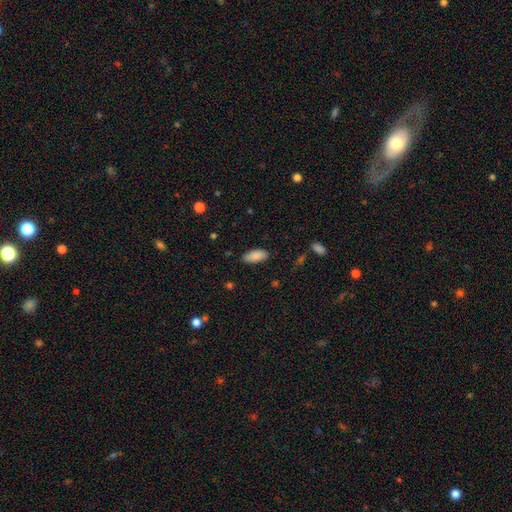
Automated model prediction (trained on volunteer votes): Morphology: type=smooth (88%); roundness=in between (87%); merging=none (87%).